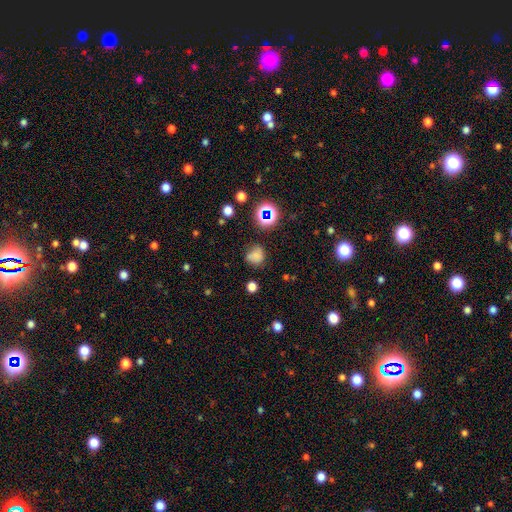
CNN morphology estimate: Smooth or featured: smooth — 69% (star or artifact — 22%)
How rounded: round — 74% (in between — 25%)
Merging: none — 63% (minor disturbance — 23%)